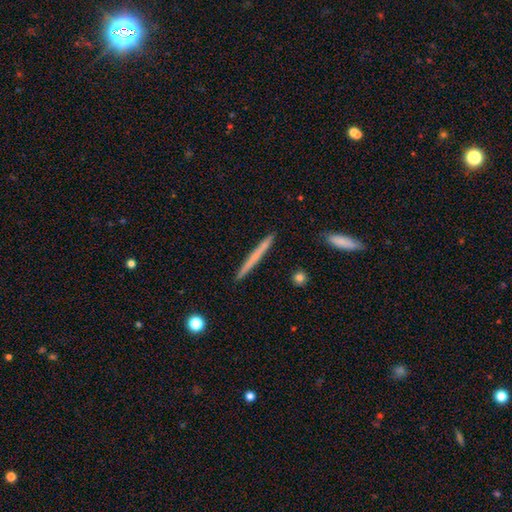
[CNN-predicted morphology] smooth_or_featured: smooth (p=0.57) [alt: featured or disk p=0.38]
how_rounded: cigar-shaped (p=0.97) [alt: in between p=0.02]
merging: none (p=0.92) [alt: minor disturbance p=0.06]